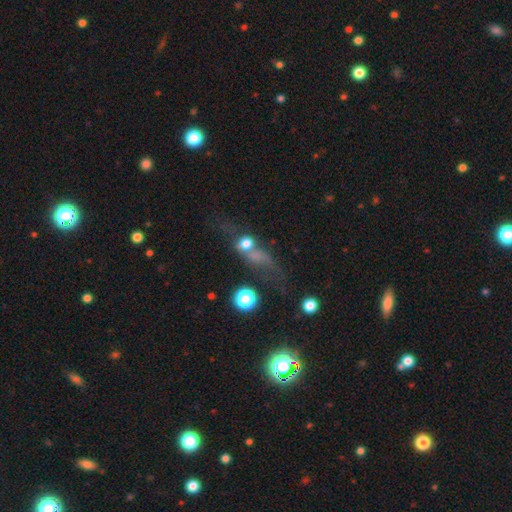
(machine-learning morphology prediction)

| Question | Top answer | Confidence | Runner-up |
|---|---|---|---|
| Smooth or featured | smooth | 41% | featured or disk (33%) |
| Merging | none | 44% | major disturbance (21%) |